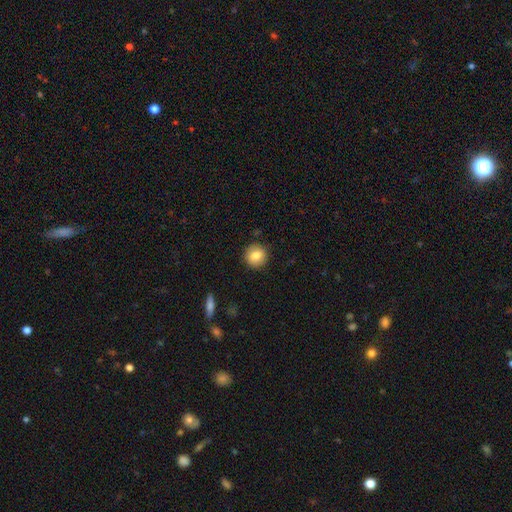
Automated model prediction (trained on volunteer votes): A smooth galaxy with no disk features (83%) that is round (91%).

Vote fractions:
- Smooth or featured? smooth: 83% / star or artifact: 8% / featured or disk: 8%
- How rounded? round: 91% / in between: 8% / cigar-shaped: 1%
- Merging? none: 90% / minor disturbance: 7% / major disturbance: 2% / merger: 1%